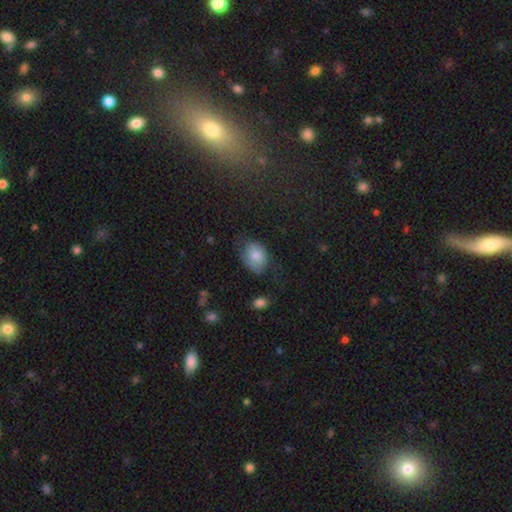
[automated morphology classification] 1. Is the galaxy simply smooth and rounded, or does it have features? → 61% smooth, 28% featured or disk, 11% star or artifact.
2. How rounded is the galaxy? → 77% in between, 22% round, 1% cigar-shaped.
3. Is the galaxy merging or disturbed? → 53% none, 30% minor disturbance, 15% major disturbance, 2% merger.